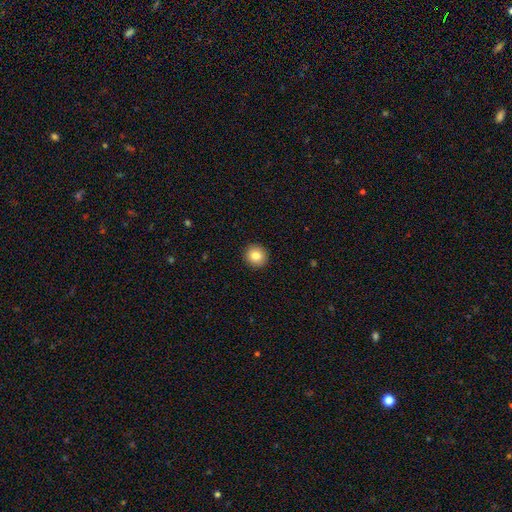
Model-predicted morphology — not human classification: Q: Smooth or featured?
A: smooth (83%); runner-up: star or artifact (10%)
Q: How rounded?
A: round (92%); runner-up: in between (7%)
Q: Merging?
A: none (93%); runner-up: minor disturbance (5%)